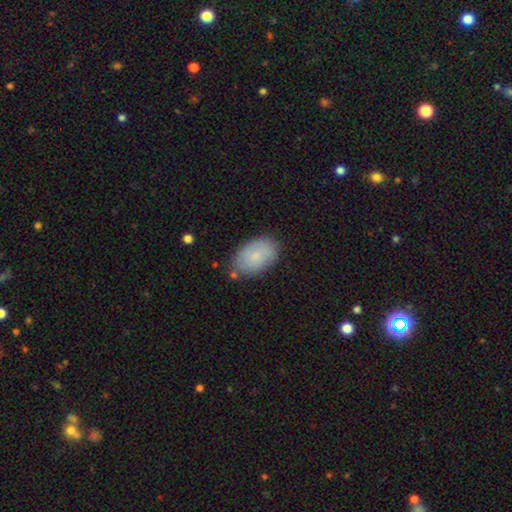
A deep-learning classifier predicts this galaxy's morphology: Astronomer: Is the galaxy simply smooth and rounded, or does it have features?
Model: smooth — 75%.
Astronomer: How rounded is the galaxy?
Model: in between — 91%.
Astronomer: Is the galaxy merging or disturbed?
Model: none — 76%.